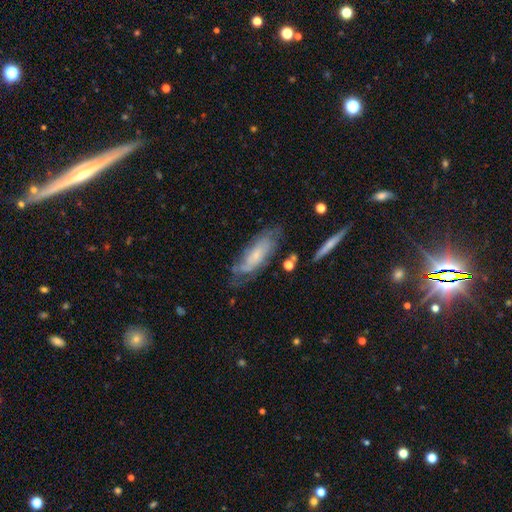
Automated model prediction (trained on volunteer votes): Q: Smooth or featured?
A: featured or disk (59%); runner-up: smooth (34%)
Q: Edge-on disk?
A: no (83%); runner-up: yes (17%)
Q: Merging?
A: none (59%); runner-up: minor disturbance (25%)